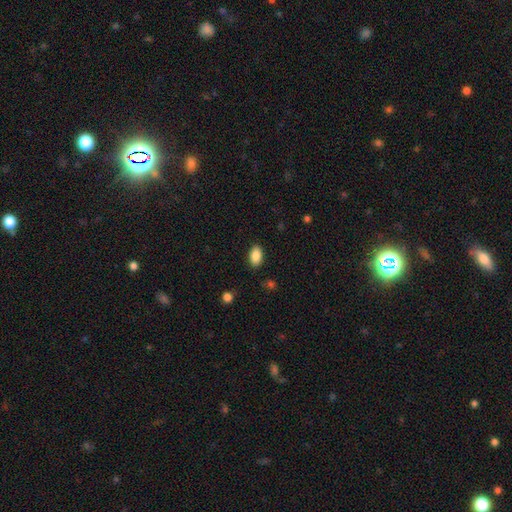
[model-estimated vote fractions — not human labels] This appears to be a smooth galaxy with no disk features (88%) that is in between round and cigar-shaped (92%). Merging: none (88%).